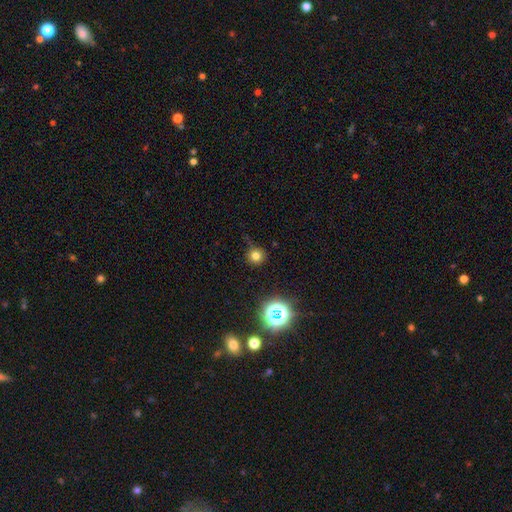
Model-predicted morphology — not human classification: A smooth galaxy with no disk features (74%) that is round (93%). Merging: none (83%).